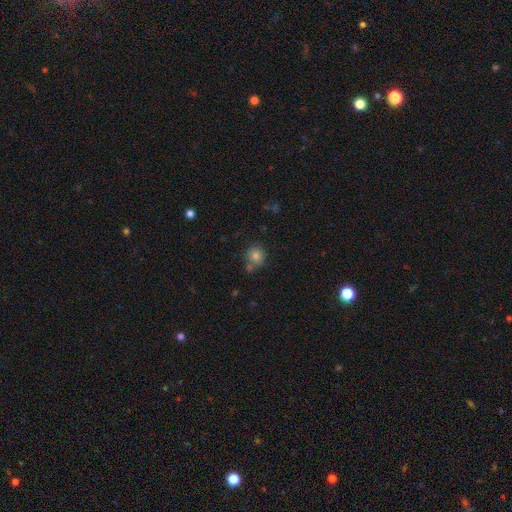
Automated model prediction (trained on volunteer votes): A smooth galaxy with no disk features (81%) that is round (89%). Merging: none (69%).